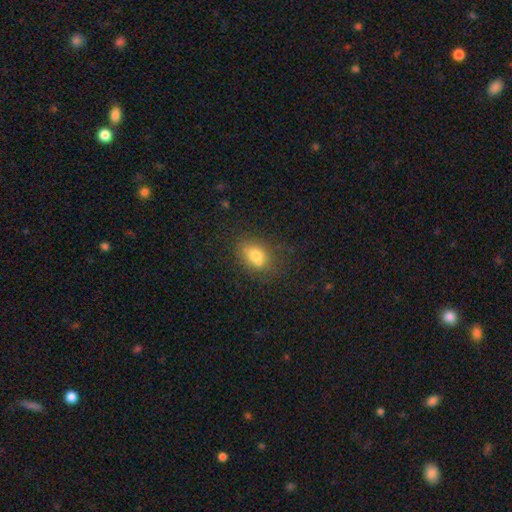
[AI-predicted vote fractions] Smooth or featured? smooth (71%)
How rounded? in between (64%)
Merging? none (52%)